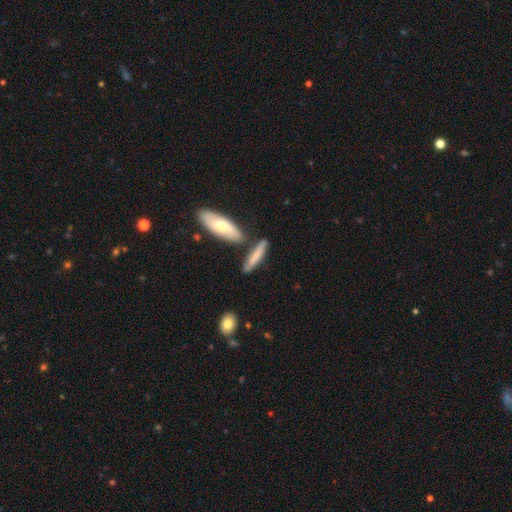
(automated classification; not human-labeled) smooth-or-featured: smooth: 64% | featured or disk: 30% | star or artifact: 6%
  how-rounded: cigar-shaped: 79% | in between: 18% | round: 2%
  merging: none: 68% | minor disturbance: 14% | merger: 14% | major disturbance: 4%